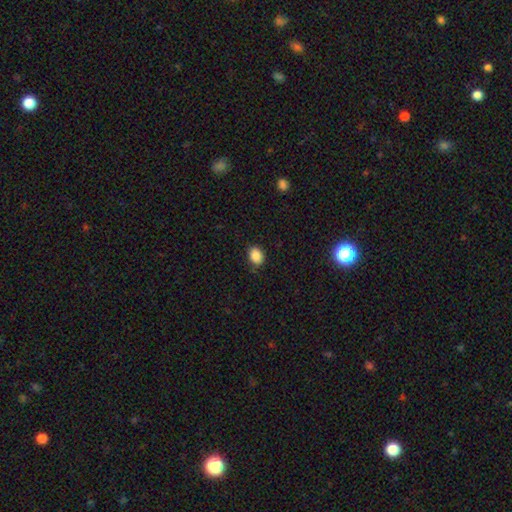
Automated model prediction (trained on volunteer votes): Smooth or featured?
  - smooth: 88% *
  - star or artifact: 9%
  - featured or disk: 3%
How rounded?
  - in between: 65% *
  - round: 34%
  - cigar-shaped: 1%
Merging?
  - none: 83% *
  - minor disturbance: 13%
  - major disturbance: 3%
  - merger: 1%